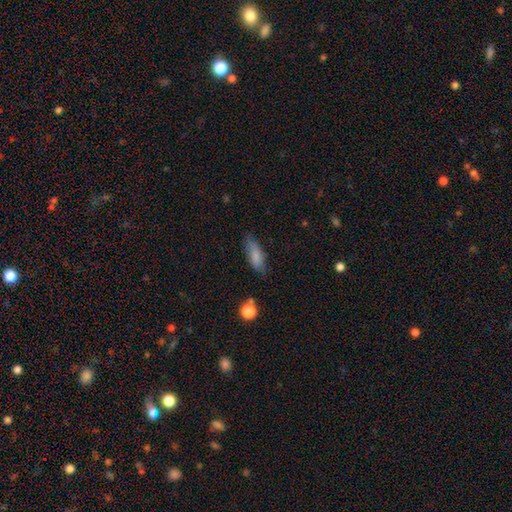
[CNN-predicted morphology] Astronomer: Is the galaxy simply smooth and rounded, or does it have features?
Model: smooth — 79%.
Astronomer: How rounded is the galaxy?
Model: in between — 67%.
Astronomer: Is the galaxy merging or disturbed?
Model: none — 75%.